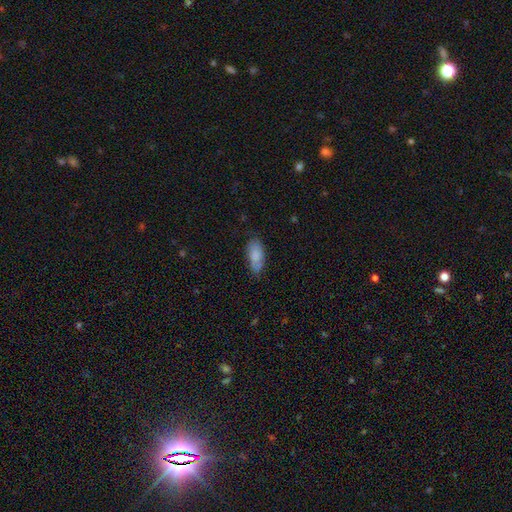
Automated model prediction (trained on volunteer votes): Q: Smooth or featured?
A: smooth (80%); runner-up: featured or disk (13%)
Q: How rounded?
A: in between (88%); runner-up: cigar-shaped (10%)
Q: Merging?
A: none (71%); runner-up: minor disturbance (23%)